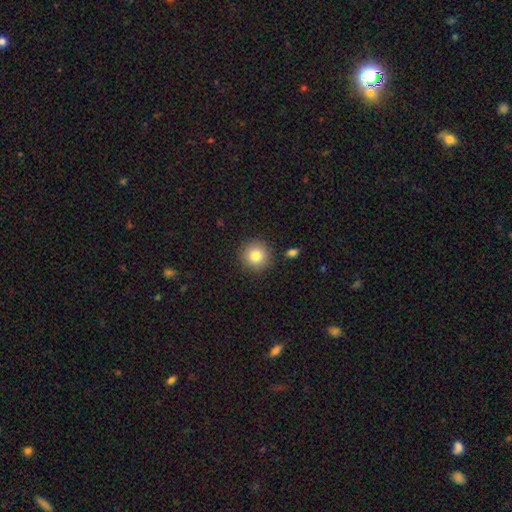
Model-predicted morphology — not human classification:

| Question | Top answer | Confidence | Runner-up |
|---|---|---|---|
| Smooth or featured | smooth | 83% | star or artifact (10%) |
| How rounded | round | 94% | in between (5%) |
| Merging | none | 89% | minor disturbance (7%) |